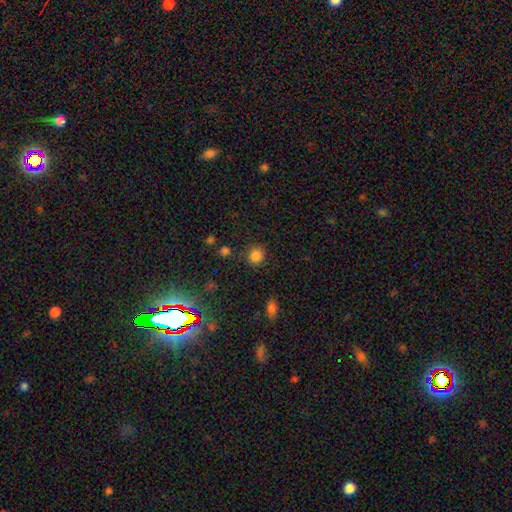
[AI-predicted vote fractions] The model was most divided on "how rounded": round: 84%, in between: 15%, cigar-shaped: 1%. More confident: merging — none (85%); smooth or featured — smooth (83%).